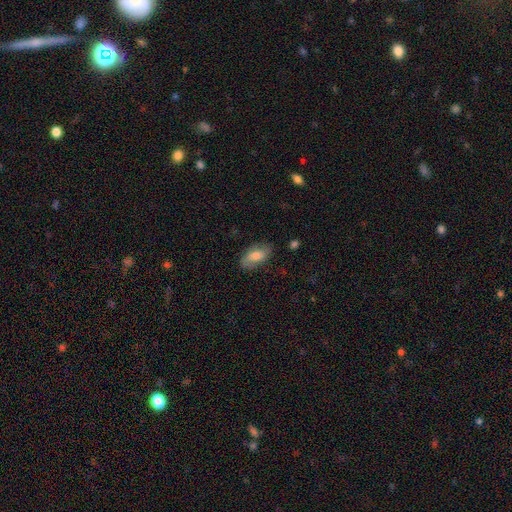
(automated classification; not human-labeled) A smooth galaxy with no disk features (66%) that is in between round and cigar-shaped (91%). Merging: none (78%).